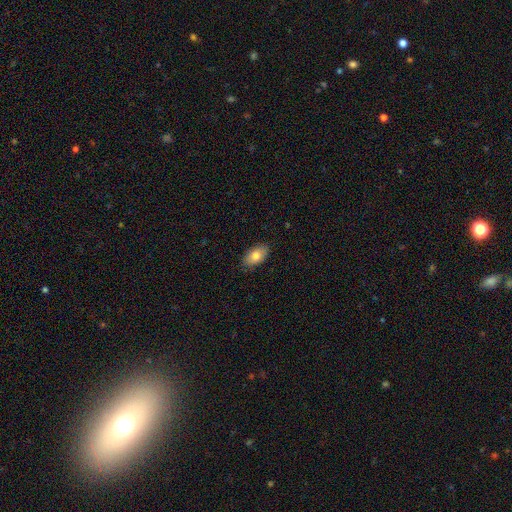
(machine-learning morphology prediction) This is clearly a smooth galaxy (80%). How rounded: clearly in between (93%). Merging: clearly none (86%).